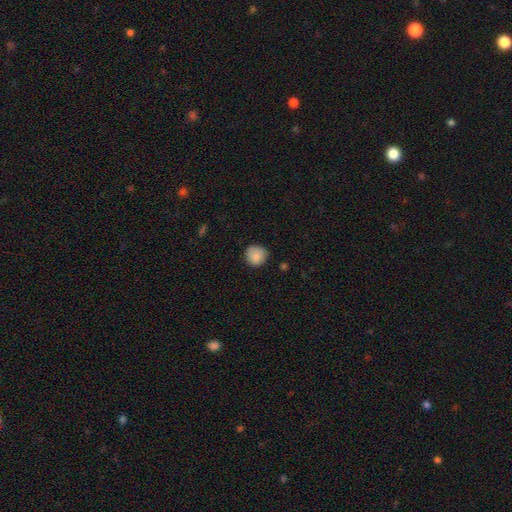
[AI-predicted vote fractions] A smooth galaxy with no disk features (86%) that is round (90%).

Vote fractions:
- Smooth or featured? smooth: 86% / star or artifact: 8% / featured or disk: 5%
- How rounded? round: 90% / in between: 9% / cigar-shaped: 1%
- Merging? none: 80% / minor disturbance: 16% / major disturbance: 3% / merger: 1%